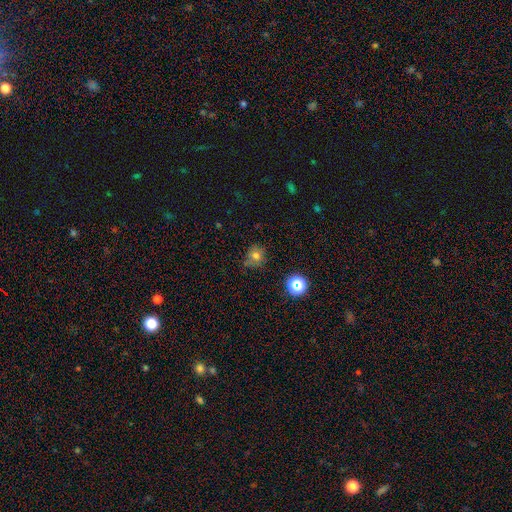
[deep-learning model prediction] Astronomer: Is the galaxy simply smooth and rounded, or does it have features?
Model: smooth — 72%.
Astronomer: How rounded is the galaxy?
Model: round — 79%.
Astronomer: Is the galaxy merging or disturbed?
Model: none — 64%.